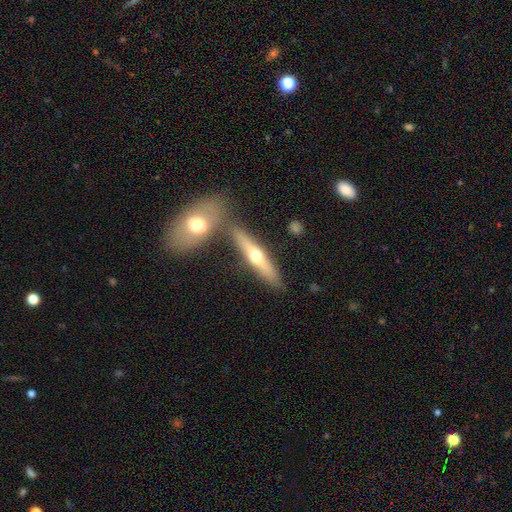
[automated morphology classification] A featured or disk galaxy (54%) viewed edge-on (89%).

Vote fractions:
- Smooth or featured? featured or disk: 54% / smooth: 40% / star or artifact: 6%
- Edge-on disk? yes: 89% / no: 11%
- Merging? none: 71% / merger: 16% / minor disturbance: 10% / major disturbance: 3%